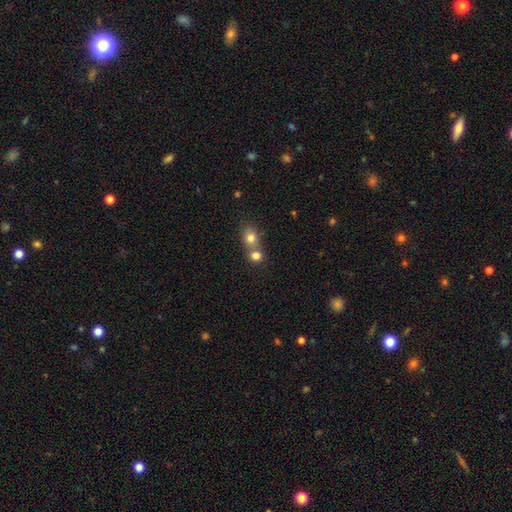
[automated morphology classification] smooth_or_featured: smooth (p=0.78) [alt: star or artifact p=0.12]
how_rounded: round (p=0.78) [alt: in between p=0.21]
merging: merger (p=0.53) [alt: none p=0.39]